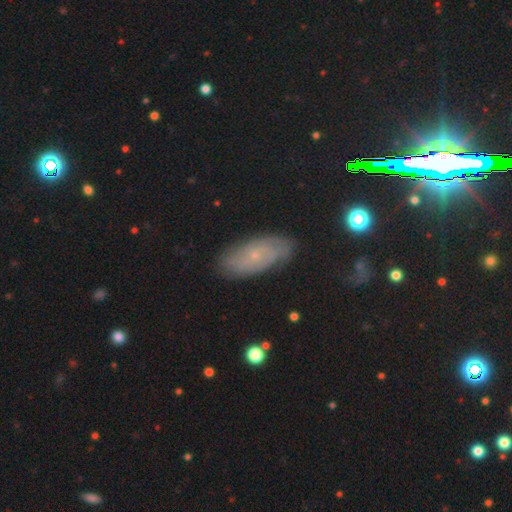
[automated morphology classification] Smooth or featured: featured or disk — 53% (smooth — 34%)
Edge-on disk: no — 88% (yes — 12%)
Merging: none — 80% (minor disturbance — 15%)